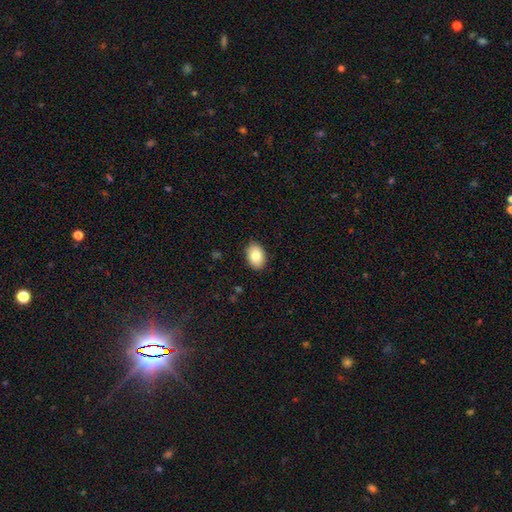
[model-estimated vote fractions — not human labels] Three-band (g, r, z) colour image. It shows a smooth galaxy with no disk features (86%) that is in between round and cigar-shaped (85%). Merging: none (89%).